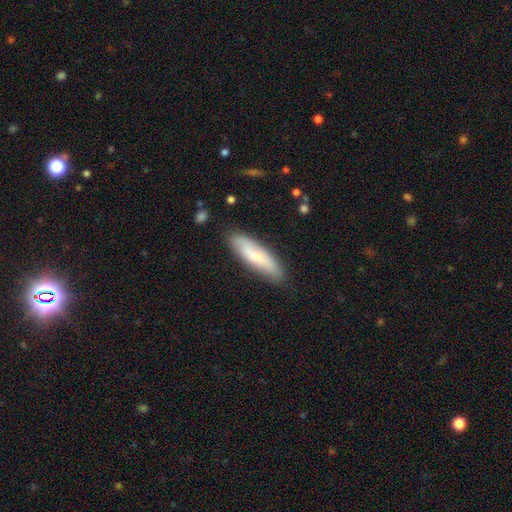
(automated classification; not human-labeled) smooth_or_featured: smooth (p=0.67) [alt: featured or disk p=0.27]
how_rounded: cigar-shaped (p=0.63) [alt: in between p=0.36]
merging: none (p=0.82) [alt: minor disturbance p=0.13]